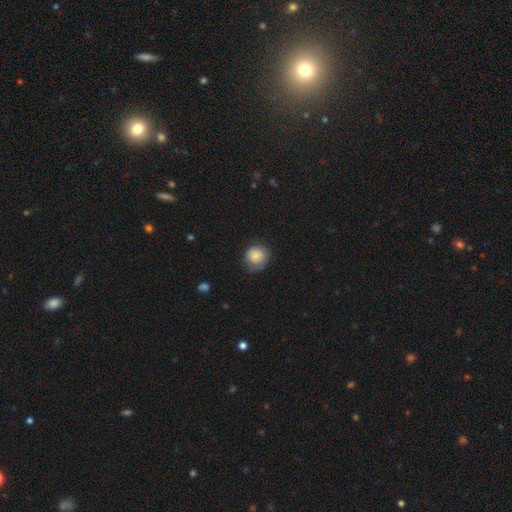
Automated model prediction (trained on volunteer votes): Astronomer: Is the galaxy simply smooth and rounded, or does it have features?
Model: smooth — 81%.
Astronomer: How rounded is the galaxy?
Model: round — 85%.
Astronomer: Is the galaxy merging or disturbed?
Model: none — 64%.